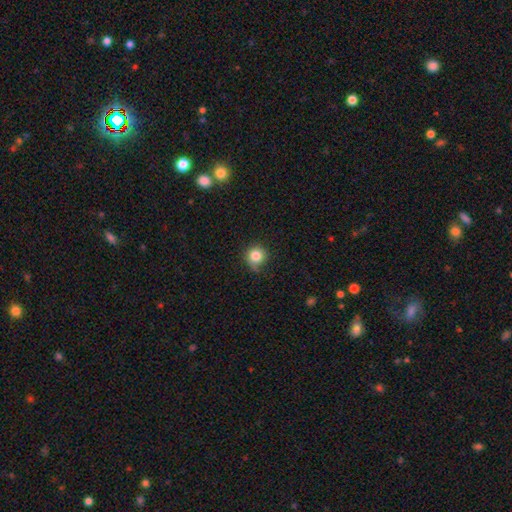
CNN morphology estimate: This appears to be a smooth galaxy with no disk features (83%) that is round (92%). Merging: none (71%).